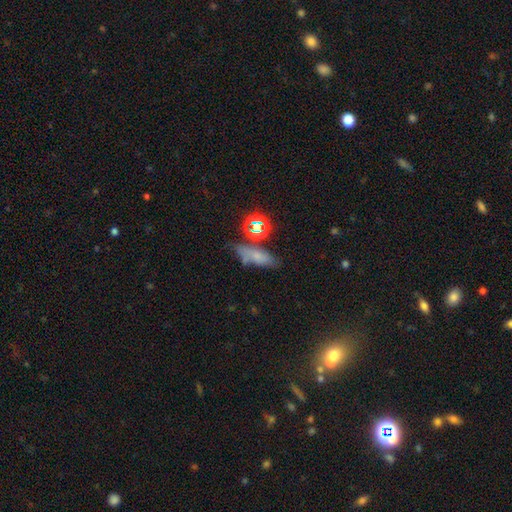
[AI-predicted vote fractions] This is possibly a smooth galaxy (55%). How rounded: possibly in between (55%). Merging: possibly none (58%).